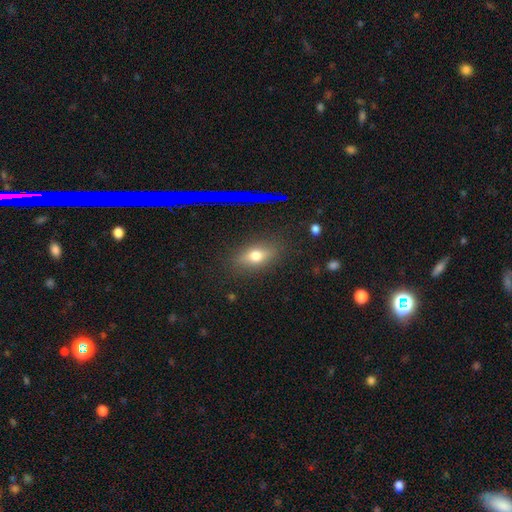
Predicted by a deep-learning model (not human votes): Smooth or featured: smooth — 66% (featured or disk — 19%)
How rounded: in between — 76% (round — 15%)
Merging: none — 84% (minor disturbance — 11%)